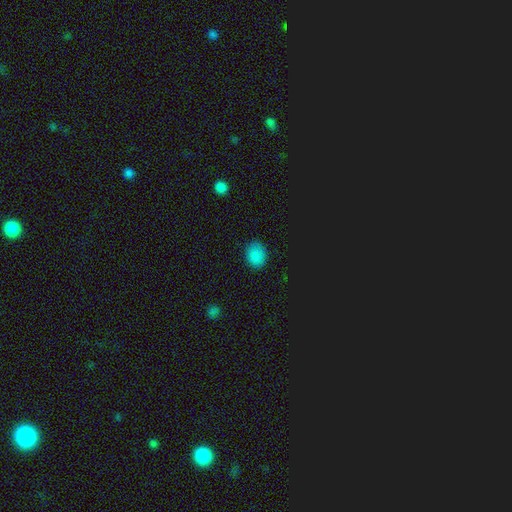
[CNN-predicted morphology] type=smooth (82%); roundness=round (51%); merging=none (85%).